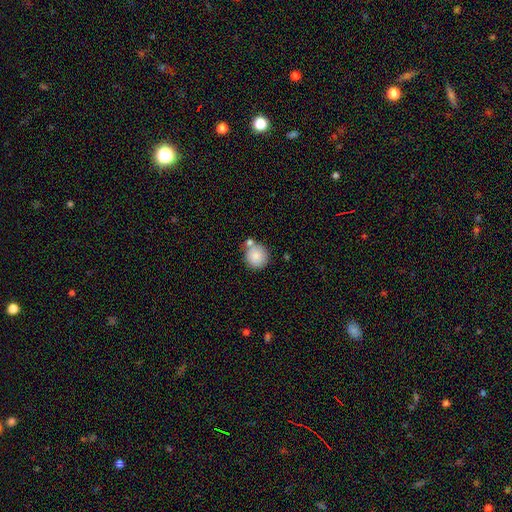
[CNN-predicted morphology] type=smooth (83%); roundness=round (89%); merging=none (63%).